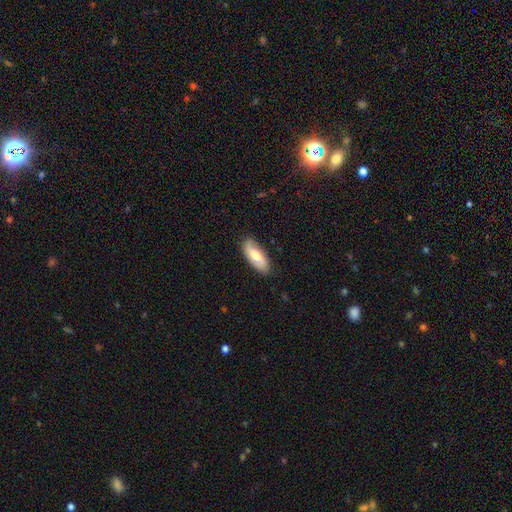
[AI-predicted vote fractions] A smooth galaxy with no disk features (62%) that is in between round and cigar-shaped (80%). Merging: none (79%).